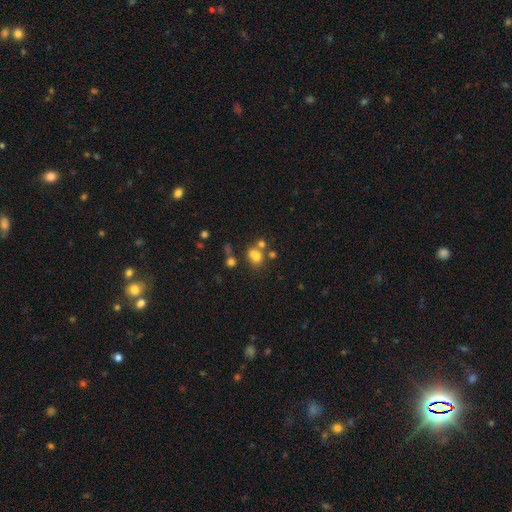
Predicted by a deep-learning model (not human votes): Smooth or featured: smooth — 72% (star or artifact — 16%)
How rounded: in between — 53% (round — 46%)
Merging: none — 46% (merger — 32%)